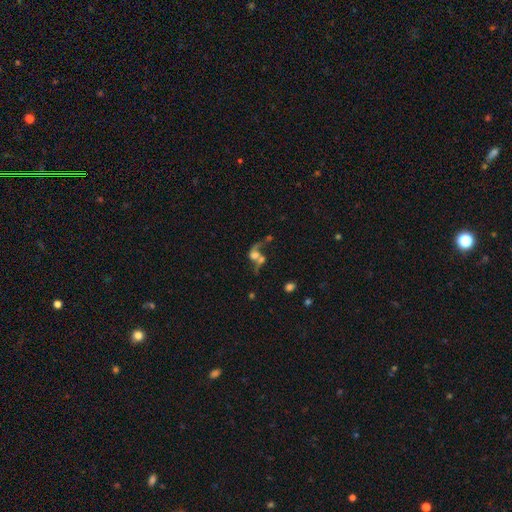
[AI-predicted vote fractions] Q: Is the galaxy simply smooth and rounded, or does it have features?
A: featured or disk — 53%.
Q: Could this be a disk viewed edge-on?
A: no — 92%.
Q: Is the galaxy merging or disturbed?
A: merger — 52%.